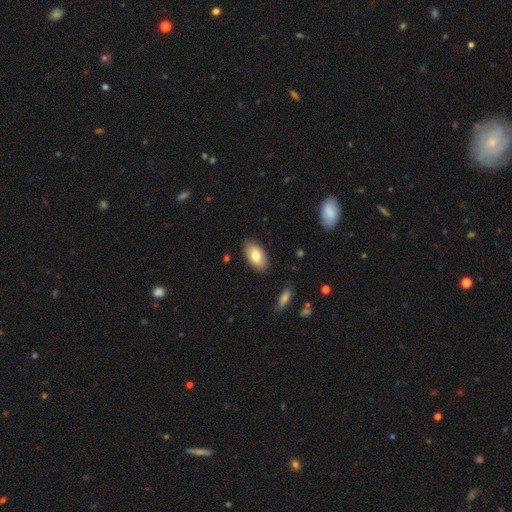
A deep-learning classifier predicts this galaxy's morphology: type=smooth (81%); roundness=in between (94%); merging=none (87%).